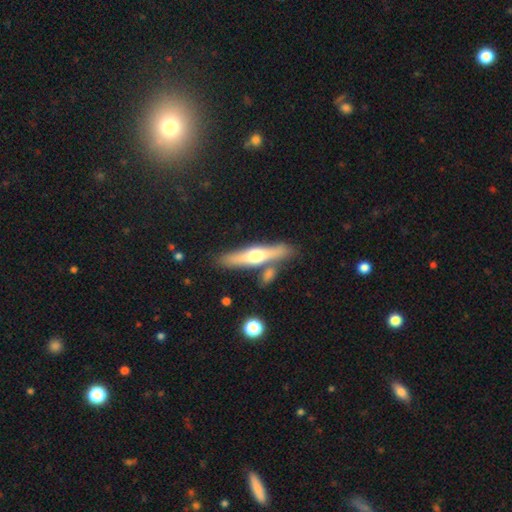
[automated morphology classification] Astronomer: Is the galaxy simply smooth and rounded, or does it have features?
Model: featured or disk — 54% (runner-up: smooth, 40%).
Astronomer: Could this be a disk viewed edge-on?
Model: yes — 91%.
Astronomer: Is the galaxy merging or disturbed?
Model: none — 75%.